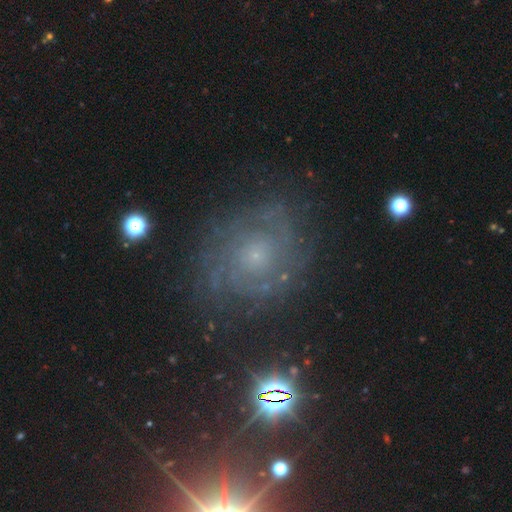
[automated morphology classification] Smooth or featured? featured or disk (75%)
Edge-on disk? no (97%)
Bar? no (81%)
Spiral arms? yes (92%)
Spiral winding? tight (64%)
Spiral arm count? can't tell (42%)
Bulge size? small (78%)
Merging? none (74%)